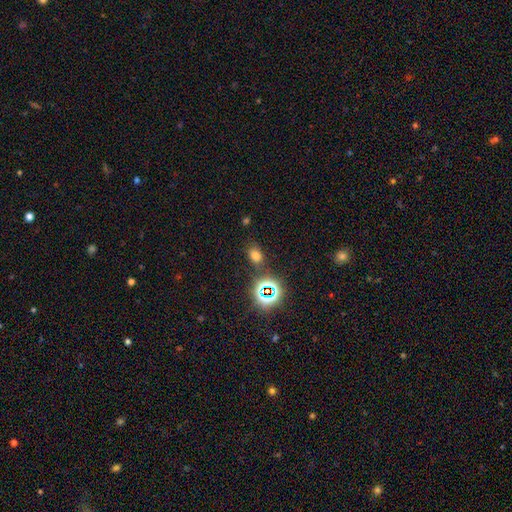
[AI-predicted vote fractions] This appears to be a smooth galaxy with no disk features (65%) that is in between round and cigar-shaped (67%). Merging: none (78%).